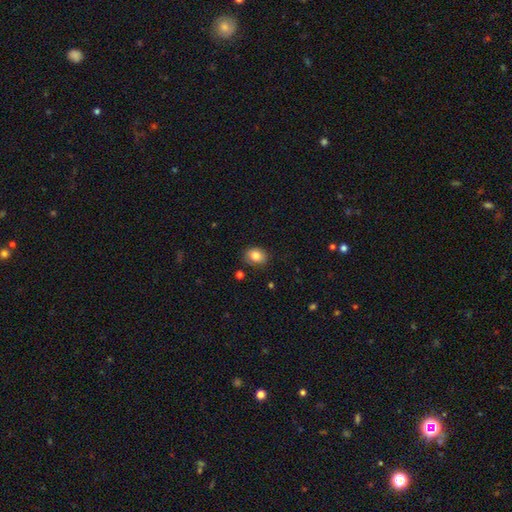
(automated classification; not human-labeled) Smooth or featured? Predicted: smooth (p=0.82). How rounded? Predicted: in between (p=0.56). Merging? Predicted: none (p=0.80).